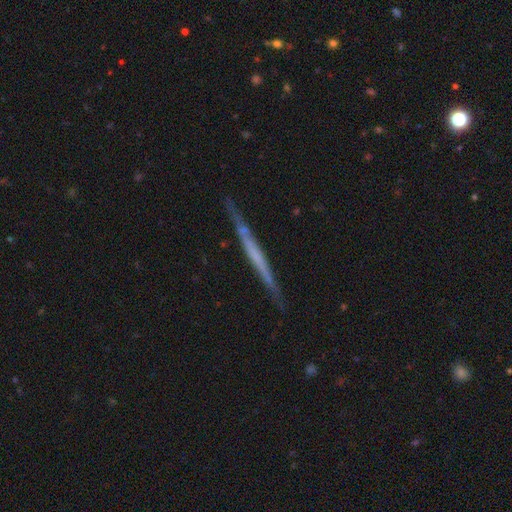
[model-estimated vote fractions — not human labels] Overall: featured or disk (64%; smooth 30%). Edge-on disk: yes (96%). Edge-on bulge: none (80%). Merging: none (83%).